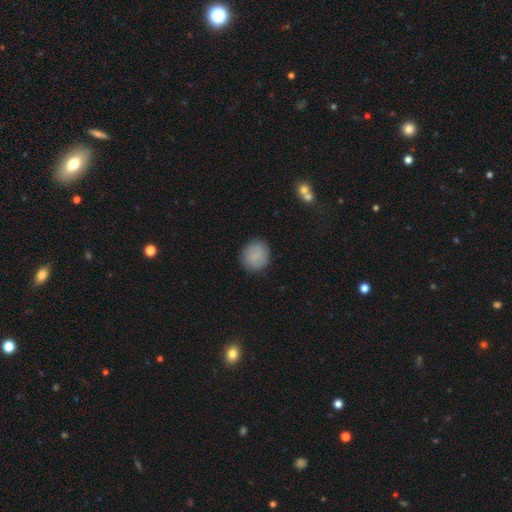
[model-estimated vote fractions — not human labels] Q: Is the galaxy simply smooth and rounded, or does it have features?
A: smooth — 80%.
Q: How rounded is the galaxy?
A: round — 84%.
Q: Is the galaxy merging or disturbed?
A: none — 87%.